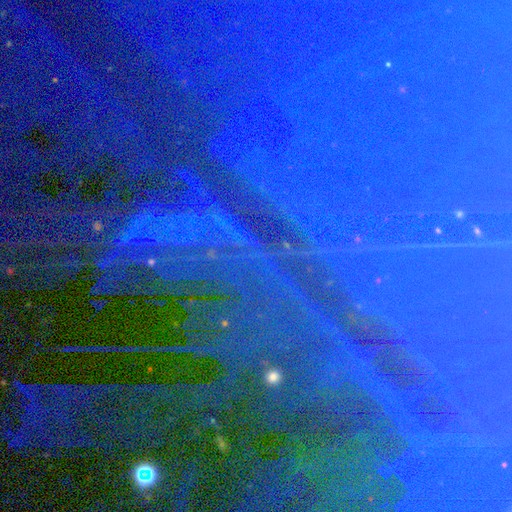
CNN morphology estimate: A star or artifact, not a galaxy (86%).

Vote fractions:
- Smooth or featured? star or artifact: 86% / featured or disk: 7% / smooth: 6%